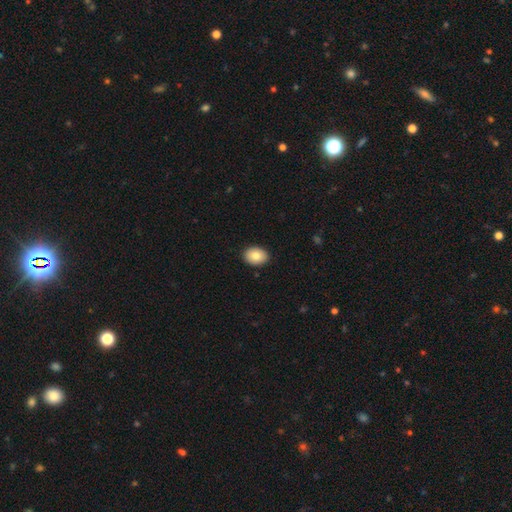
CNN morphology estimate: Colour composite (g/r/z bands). It shows a smooth galaxy with no disk features (83%) that is in between round and cigar-shaped (75%). Merging: none (90%).